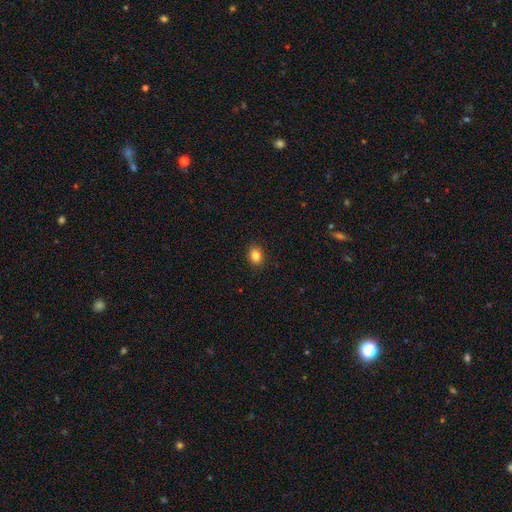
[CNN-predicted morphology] Smooth or featured: smooth — 84% (star or artifact — 10%)
How rounded: in between — 56% (round — 43%)
Merging: none — 90% (minor disturbance — 7%)